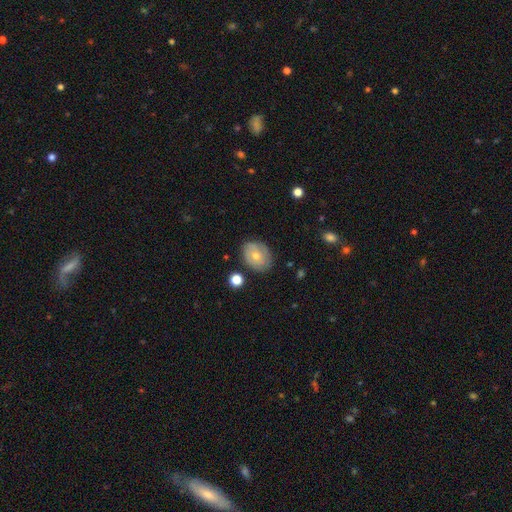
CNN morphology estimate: Smooth or featured? smooth (55%)
How rounded? in between (59%)
Merging? none (76%)